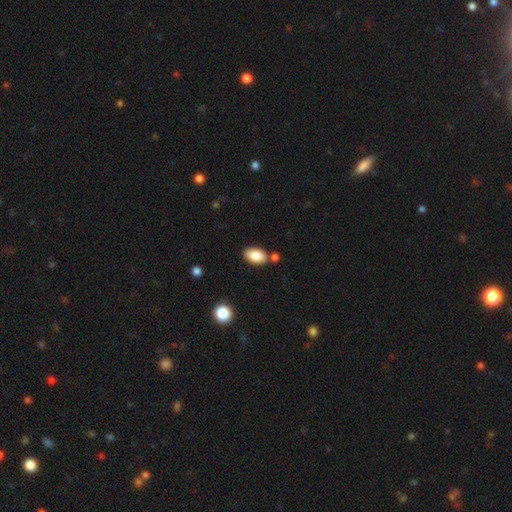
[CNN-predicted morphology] Smooth or featured: smooth — 85% (featured or disk — 8%)
How rounded: in between — 93% (round — 5%)
Merging: none — 76% (minor disturbance — 11%)